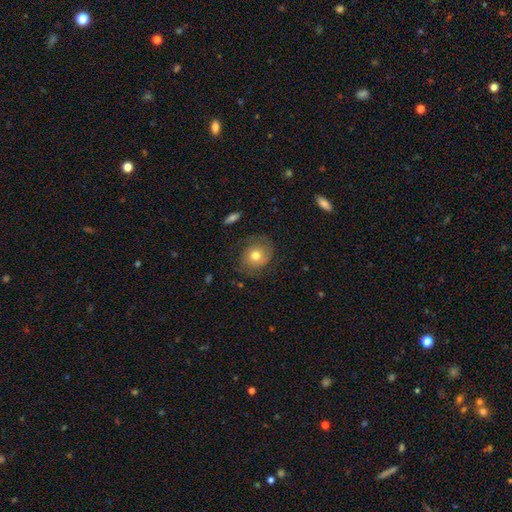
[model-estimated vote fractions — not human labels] smooth 53%, featured or disk 38%, star or artifact 9%. Down the decision tree: how rounded — round (71%); merging — none (70%).